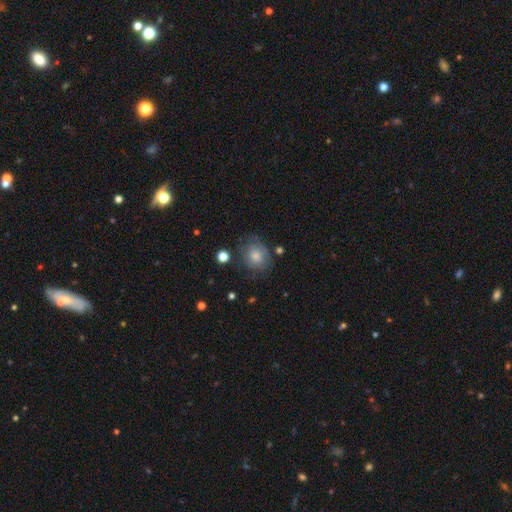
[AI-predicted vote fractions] Morphology: type=smooth (62%); roundness=round (73%); merging=none (74%).